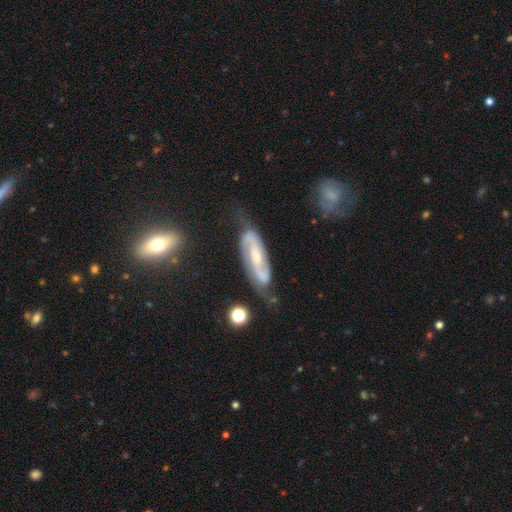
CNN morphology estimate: smooth_or_featured: featured or disk (p=0.85) [alt: smooth p=0.09]
disk_edge_on: no (p=0.91) [alt: yes p=0.09]
bar: weak (p=0.40) [alt: strong p=0.31]
has_spiral_arms: yes (p=0.96) [alt: no p=0.04]
spiral_winding: medium (p=0.50) [alt: tight p=0.34]
spiral_arm_count: 2 (p=0.90) [alt: can't tell p=0.05]
bulge_size: small (p=0.47) [alt: moderate p=0.38]
merging: none (p=0.65) [alt: minor disturbance p=0.23]